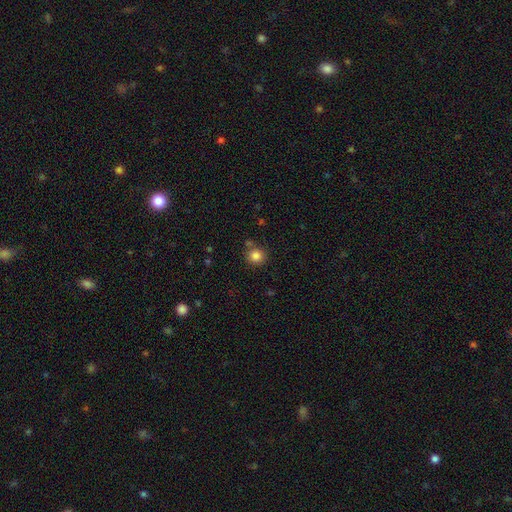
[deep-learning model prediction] This is clearly a smooth galaxy (84%). How rounded: clearly round (89%). Merging: likely none (78%).